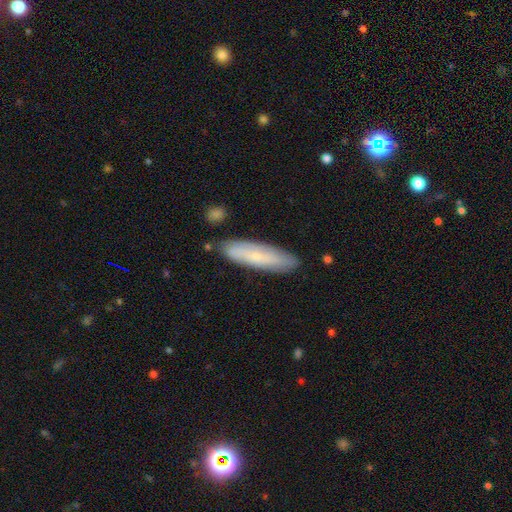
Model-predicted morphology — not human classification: Q: Smooth or featured?
A: smooth (58%); runner-up: featured or disk (35%)
Q: How rounded?
A: cigar-shaped (73%); runner-up: in between (25%)
Q: Merging?
A: none (83%); runner-up: minor disturbance (13%)